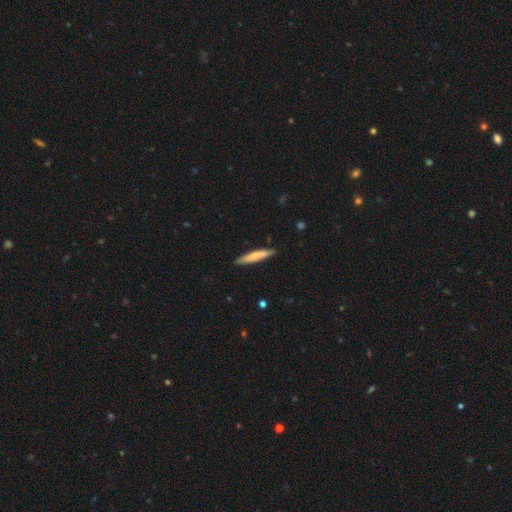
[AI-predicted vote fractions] smooth-or-featured: smooth: 66% | featured or disk: 28% | star or artifact: 5%
  how-rounded: cigar-shaped: 91% | in between: 8% | round: 1%
  merging: none: 85% | minor disturbance: 12% | major disturbance: 2% | merger: 1%